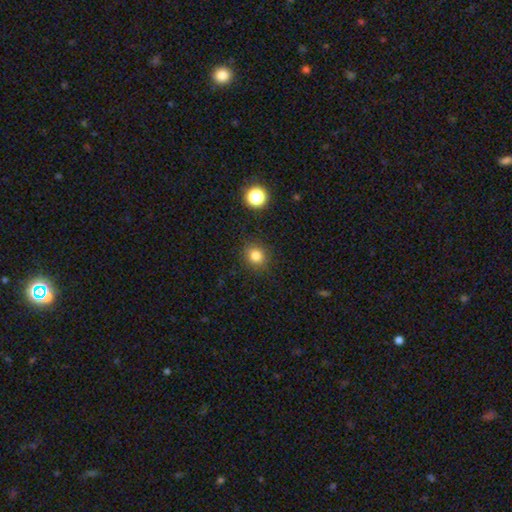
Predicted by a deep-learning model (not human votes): The model was most divided on "how rounded": round: 82%, in between: 18%, cigar-shaped: 1%. More confident: merging — none (87%); smooth or featured — smooth (82%).